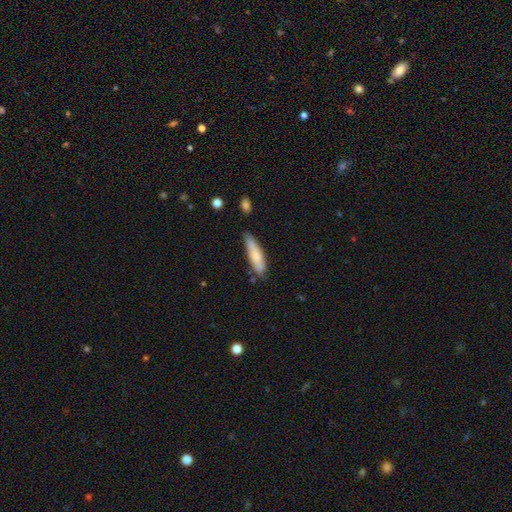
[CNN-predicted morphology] This appears to be a smooth galaxy with no disk features (74%) that is cigar-shaped (68%). Merging: none (72%).